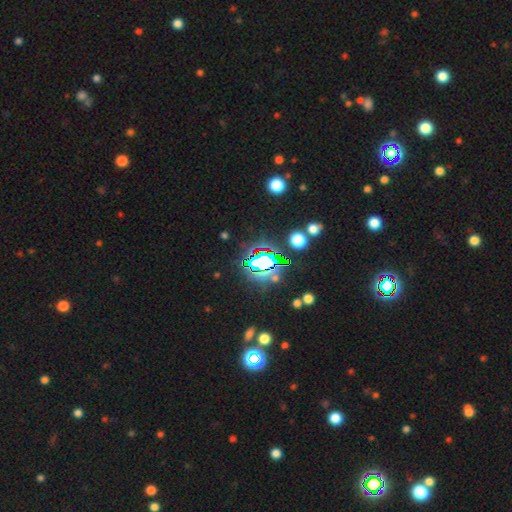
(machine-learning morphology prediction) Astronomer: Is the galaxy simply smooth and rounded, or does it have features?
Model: star or artifact — 79%.